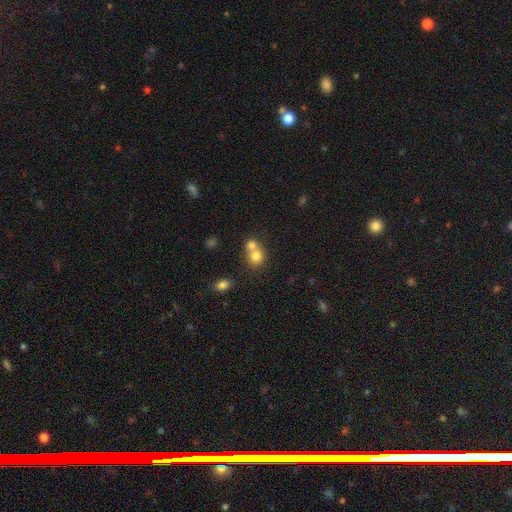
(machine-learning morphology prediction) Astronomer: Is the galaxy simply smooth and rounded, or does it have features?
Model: smooth — 77%.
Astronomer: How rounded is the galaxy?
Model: round — 78%.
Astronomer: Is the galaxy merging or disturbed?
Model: merger — 60%.